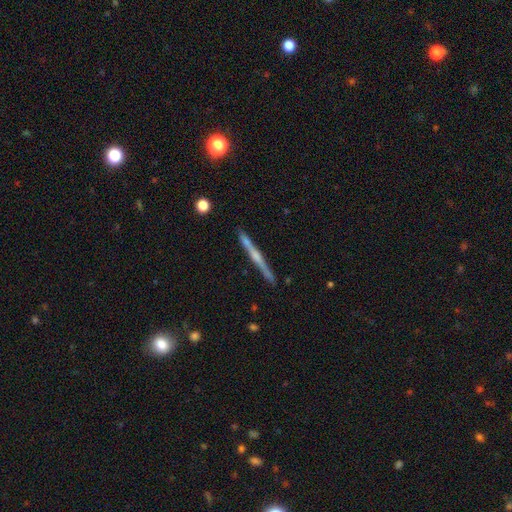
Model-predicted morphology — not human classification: Smooth or featured?
  - featured or disk: 67% *
  - smooth: 24%
  - star or artifact: 9%
Edge-on disk?
  - yes: 96% *
  - no: 4%
Edge-on bulge?
  - rounded: 60% *
  - none: 31%
  - boxy: 9%
Merging?
  - none: 83% *
  - minor disturbance: 10%
  - merger: 4%
  - major disturbance: 3%